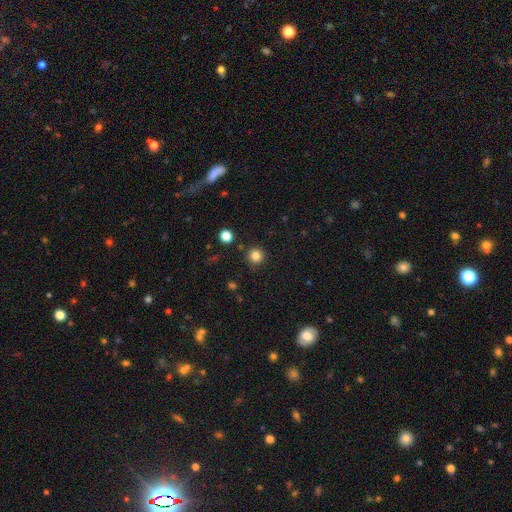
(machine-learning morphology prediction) Overall: smooth (83%). How rounded: round (95%). Merging: none (89%).